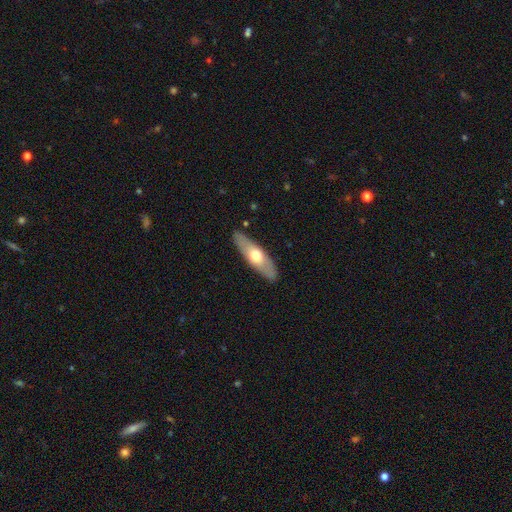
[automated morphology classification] This appears to be a smooth galaxy with no disk features (52%) that is cigar-shaped (54%). Merging: none (87%).